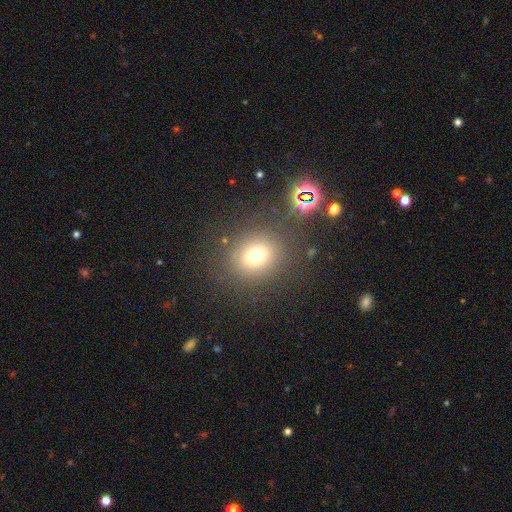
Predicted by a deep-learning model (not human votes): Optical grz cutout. It shows a smooth galaxy with no disk features (70%) that is round (77%). Merging: none (83%).